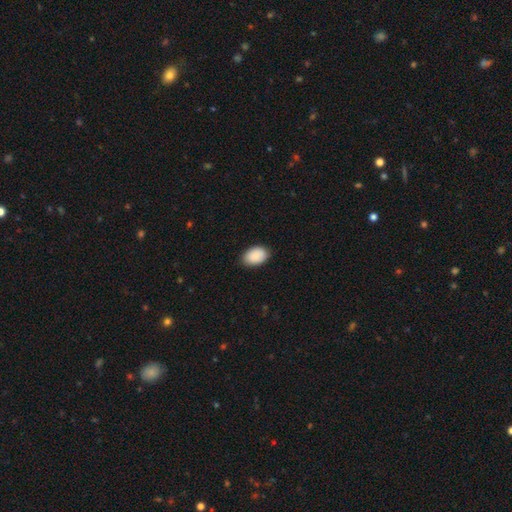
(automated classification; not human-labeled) A smooth galaxy with no disk features (90%) that is in between round and cigar-shaped (88%).

Vote fractions:
- Smooth or featured? smooth: 90% / star or artifact: 6% / featured or disk: 4%
- How rounded? in between: 88% / round: 11% / cigar-shaped: 1%
- Merging? none: 85% / minor disturbance: 12% / major disturbance: 2% / merger: 1%